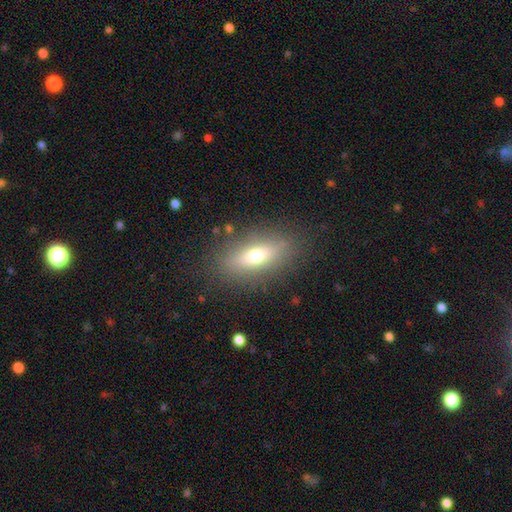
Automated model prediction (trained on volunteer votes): Smooth or featured: smooth — 63% (featured or disk — 27%)
How rounded: in between — 67% (cigar-shaped — 28%)
Merging: none — 84% (minor disturbance — 10%)